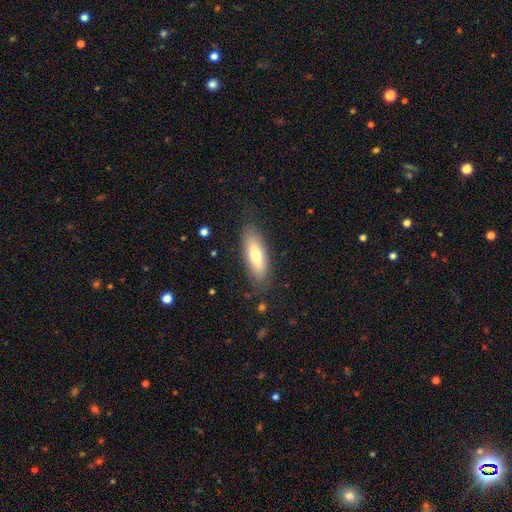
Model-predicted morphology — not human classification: Overall: smooth (66%; featured or disk 27%). How rounded: in between (58%; cigar-shaped 40%). Merging: none (83%).